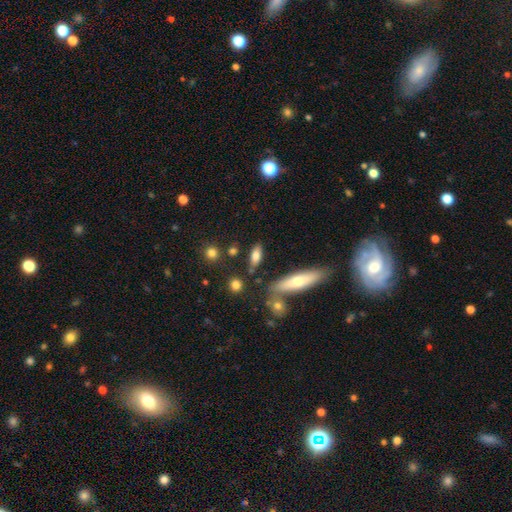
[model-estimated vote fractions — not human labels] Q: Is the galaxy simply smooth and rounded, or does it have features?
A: smooth — 72%.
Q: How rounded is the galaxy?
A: in between — 68%.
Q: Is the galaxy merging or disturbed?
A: none — 76%.